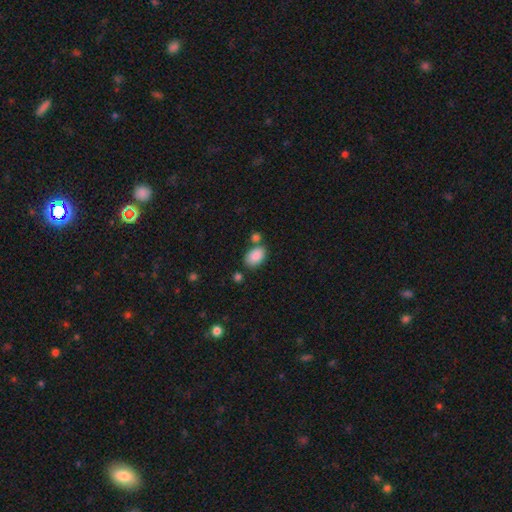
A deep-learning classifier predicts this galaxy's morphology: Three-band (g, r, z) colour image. It shows a smooth galaxy with no disk features (87%) that is in between round and cigar-shaped (90%). Merging: none (66%).